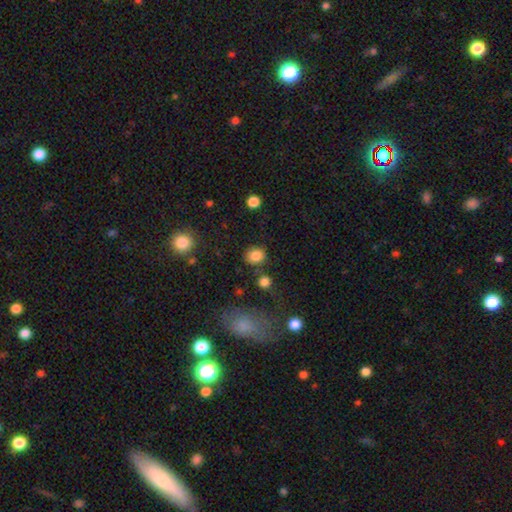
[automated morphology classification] Smooth or featured?
  - smooth: 84% *
  - star or artifact: 10%
  - featured or disk: 5%
How rounded?
  - round: 66% *
  - in between: 33%
  - cigar-shaped: 1%
Merging?
  - none: 81% *
  - minor disturbance: 11%
  - merger: 5%
  - major disturbance: 4%